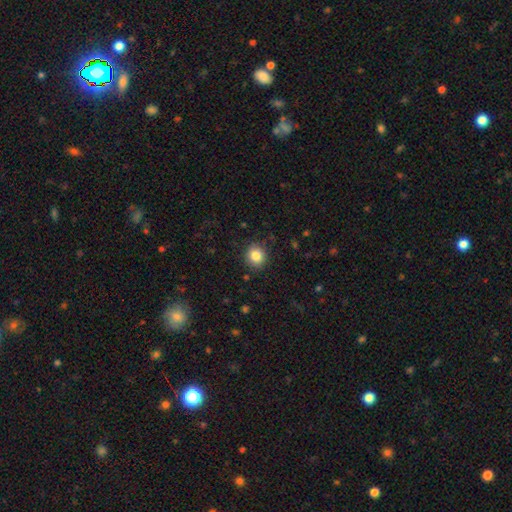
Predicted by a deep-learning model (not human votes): A smooth galaxy with no disk features (84%) that is round (84%). Merging: none (88%).